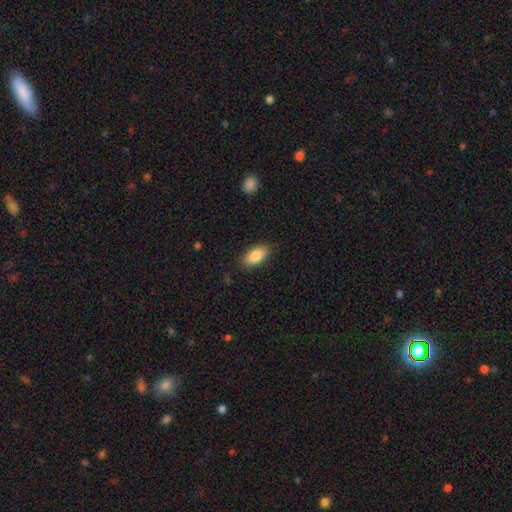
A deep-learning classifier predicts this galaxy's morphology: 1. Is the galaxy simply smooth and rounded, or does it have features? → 85% smooth, 8% featured or disk, 7% star or artifact.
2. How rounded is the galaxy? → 91% in between, 6% cigar-shaped, 3% round.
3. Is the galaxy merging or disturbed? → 86% none, 11% minor disturbance, 3% major disturbance, 1% merger.